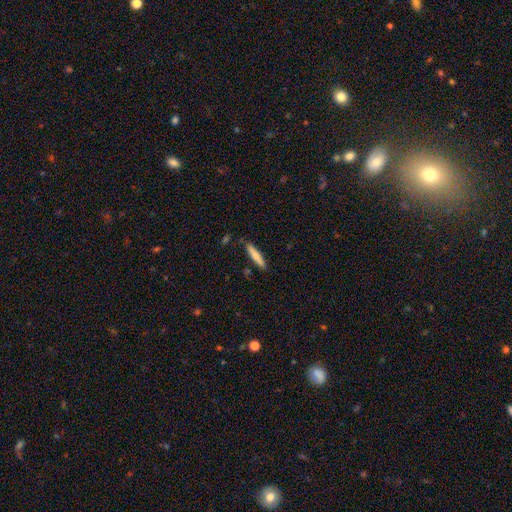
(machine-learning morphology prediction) smooth-or-featured: smooth: 73% | featured or disk: 21% | star or artifact: 6%
  how-rounded: cigar-shaped: 90% | in between: 9% | round: 1%
  merging: none: 86% | minor disturbance: 10% | merger: 2% | major disturbance: 2%